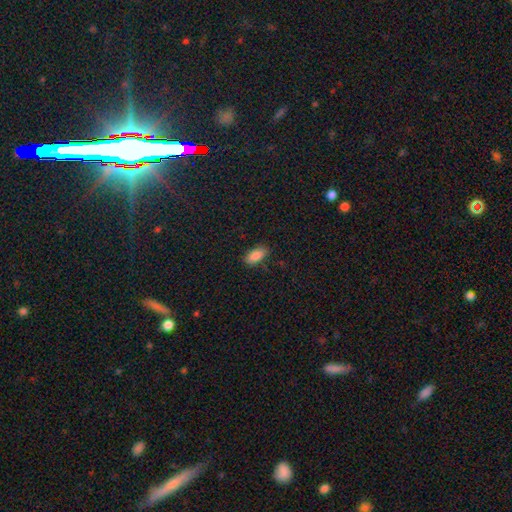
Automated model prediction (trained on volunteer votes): This is clearly a smooth galaxy (85%). How rounded: clearly in between (89%). Merging: clearly none (84%).